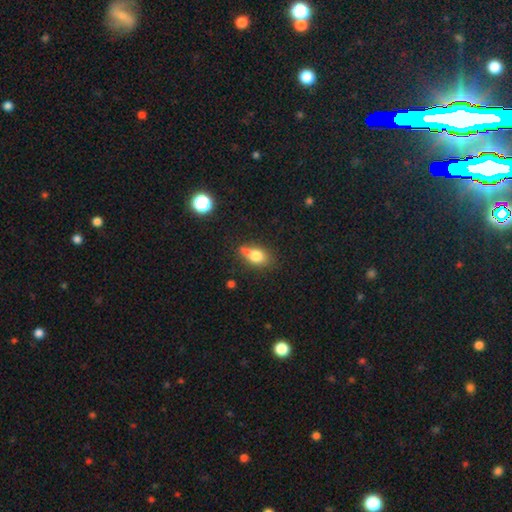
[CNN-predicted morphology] type=smooth (74%); roundness=in between (71%); merging=none (48%).